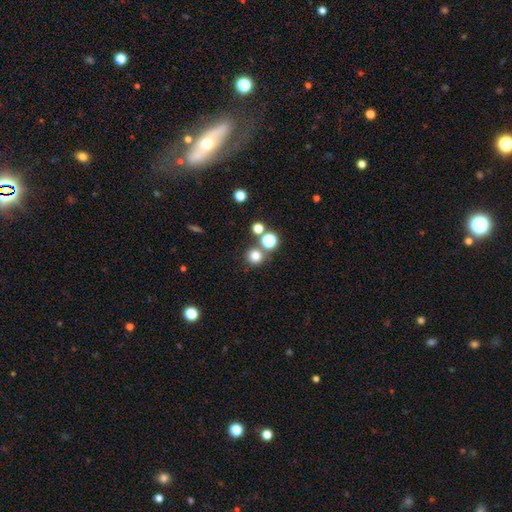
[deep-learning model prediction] smooth_or_featured: smooth (p=0.77) [alt: star or artifact p=0.17]
how_rounded: round (p=0.93) [alt: in between p=0.06]
merging: none (p=0.75) [alt: merger p=0.14]